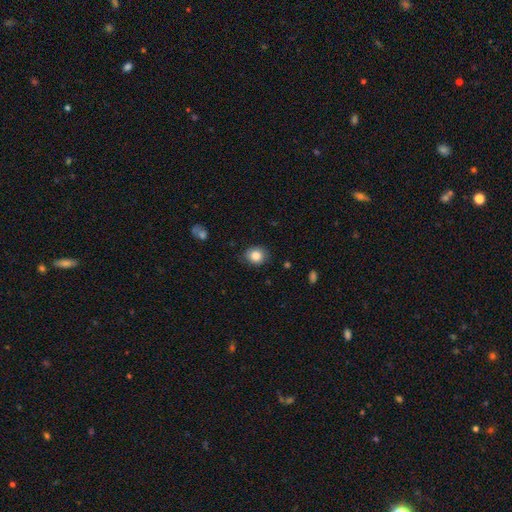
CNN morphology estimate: A smooth galaxy with no disk features (85%) that is round (63%).

Vote fractions:
- Smooth or featured? smooth: 85% / star or artifact: 9% / featured or disk: 6%
- How rounded? round: 63% / in between: 36% / cigar-shaped: 1%
- Merging? none: 82% / minor disturbance: 14% / major disturbance: 3% / merger: 1%